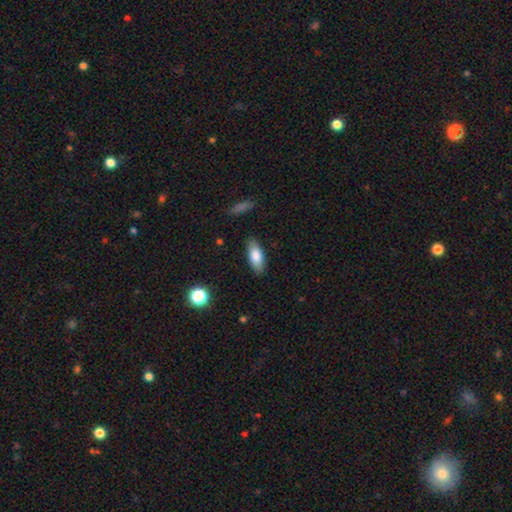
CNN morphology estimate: smooth 81%, featured or disk 13%, star or artifact 7%. Down the decision tree: how rounded — in between (79%); merging — none (86%).